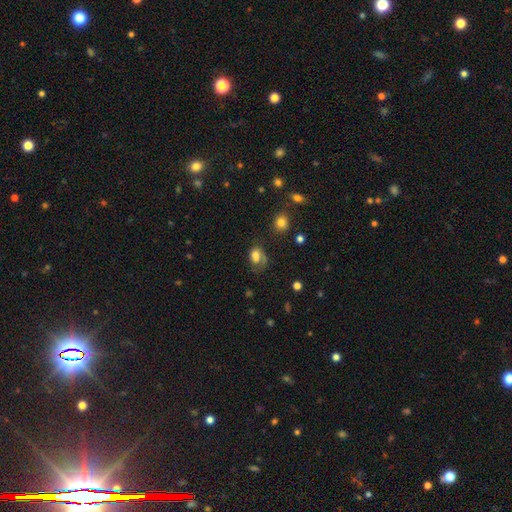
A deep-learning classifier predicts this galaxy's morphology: Smooth or featured? smooth (60%)
How rounded? in between (72%)
Merging? none (38%)